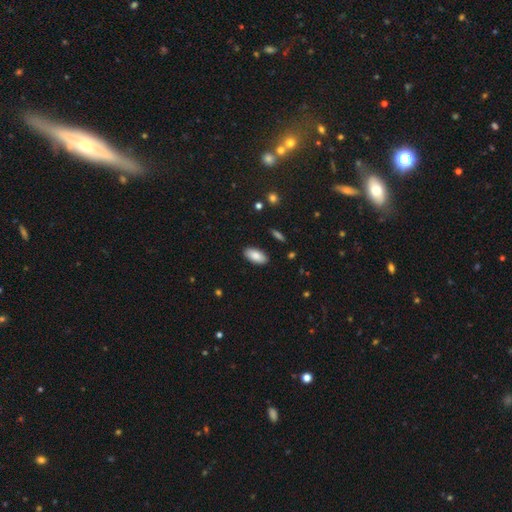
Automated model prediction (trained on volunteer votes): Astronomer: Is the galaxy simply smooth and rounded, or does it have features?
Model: smooth — 86%.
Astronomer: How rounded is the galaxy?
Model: in between — 92%.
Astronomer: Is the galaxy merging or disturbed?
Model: none — 89%.